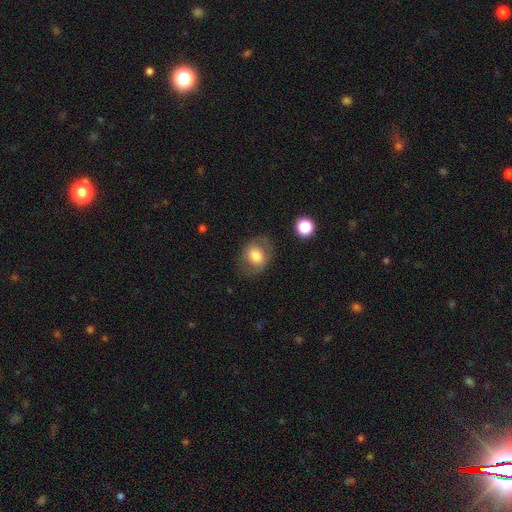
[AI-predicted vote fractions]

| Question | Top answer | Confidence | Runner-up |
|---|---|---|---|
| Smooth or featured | smooth | 67% | featured or disk (25%) |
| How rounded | in between | 57% | round (42%) |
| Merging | none | 71% | minor disturbance (17%) |